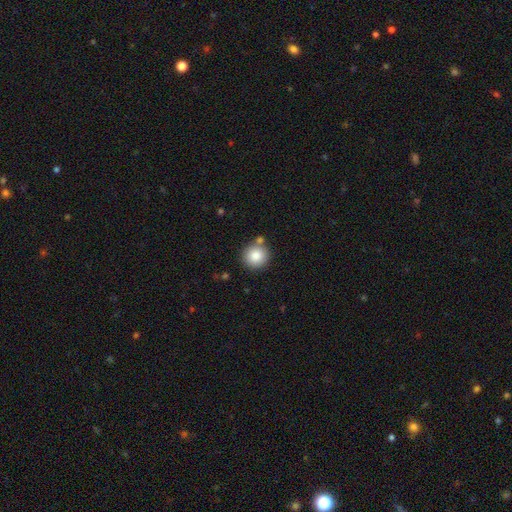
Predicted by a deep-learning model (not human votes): Smooth or featured? smooth (84%)
How rounded? round (93%)
Merging? none (77%)